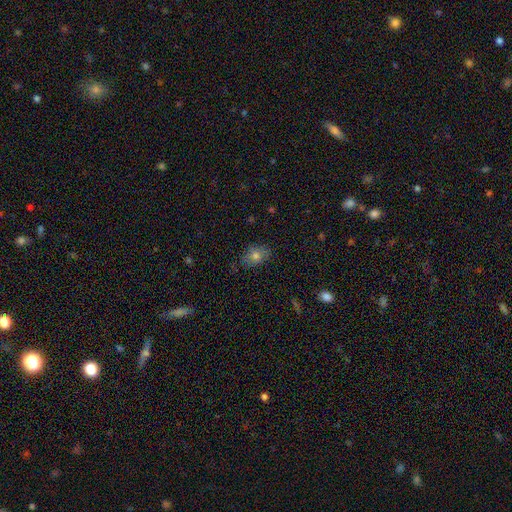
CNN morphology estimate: smooth-or-featured: smooth: 73% | featured or disk: 15% | star or artifact: 13%
  how-rounded: in between: 75% | round: 24% | cigar-shaped: 2%
  merging: none: 81% | minor disturbance: 15% | major disturbance: 3% | merger: 1%